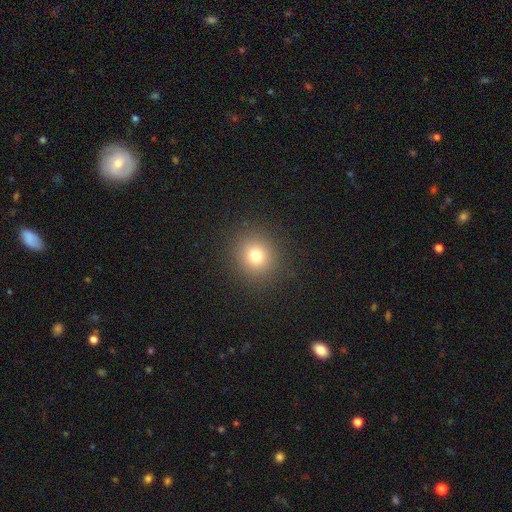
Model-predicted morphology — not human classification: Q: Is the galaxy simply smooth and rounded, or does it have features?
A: smooth — 76%.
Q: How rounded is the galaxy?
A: round — 89%.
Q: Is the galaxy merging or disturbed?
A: none — 90%.